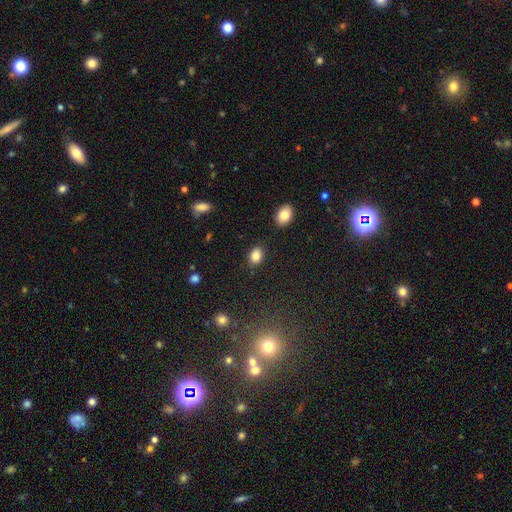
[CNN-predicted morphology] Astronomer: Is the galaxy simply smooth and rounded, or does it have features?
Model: smooth — 85%.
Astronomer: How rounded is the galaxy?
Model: in between — 75%.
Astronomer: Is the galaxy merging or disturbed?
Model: none — 84%.